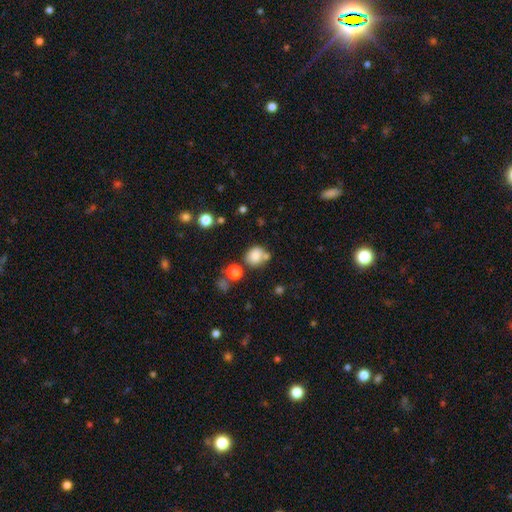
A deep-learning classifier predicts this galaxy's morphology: Smooth or featured?
  - smooth: 81% *
  - star or artifact: 12%
  - featured or disk: 8%
How rounded?
  - round: 71% *
  - in between: 28%
  - cigar-shaped: 1%
Merging?
  - none: 57% *
  - merger: 21%
  - minor disturbance: 16%
  - major disturbance: 6%